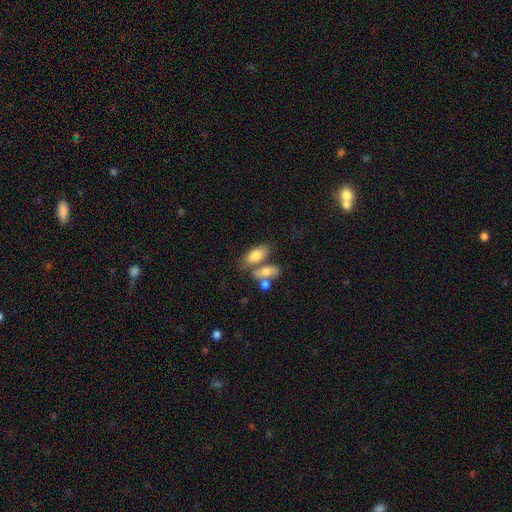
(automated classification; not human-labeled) smooth_or_featured: smooth (p=0.78) [alt: featured or disk p=0.16]
how_rounded: in between (p=0.86) [alt: cigar-shaped p=0.10]
merging: none (p=0.46) [alt: merger p=0.37]